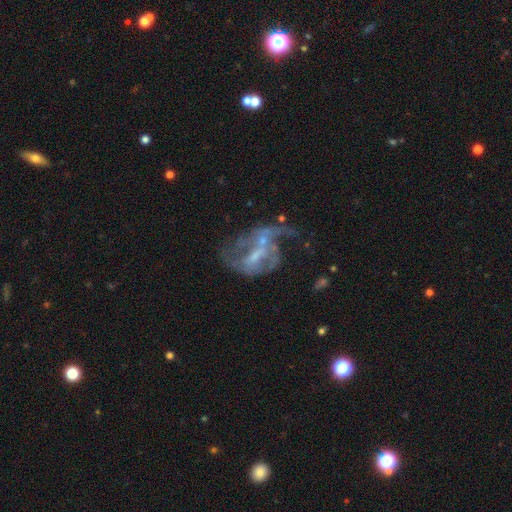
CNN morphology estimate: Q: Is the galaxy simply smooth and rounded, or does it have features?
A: featured or disk — 75%.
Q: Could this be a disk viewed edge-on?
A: no — 96%.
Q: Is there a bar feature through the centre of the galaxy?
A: weak — 44%.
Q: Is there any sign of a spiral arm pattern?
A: yes — 62%.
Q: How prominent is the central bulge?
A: small — 44%.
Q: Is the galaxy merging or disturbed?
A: major disturbance — 42%.